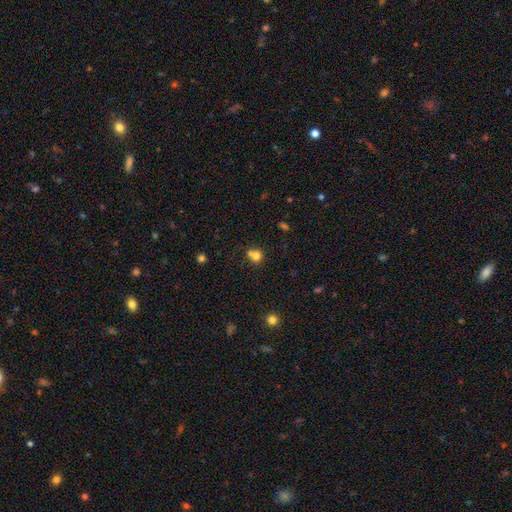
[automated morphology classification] The model was most divided on "merging": none: 44%, merger: 43%, minor disturbance: 10%, major disturbance: 4%. More confident: how rounded — round (82%); smooth or featured — smooth (76%).